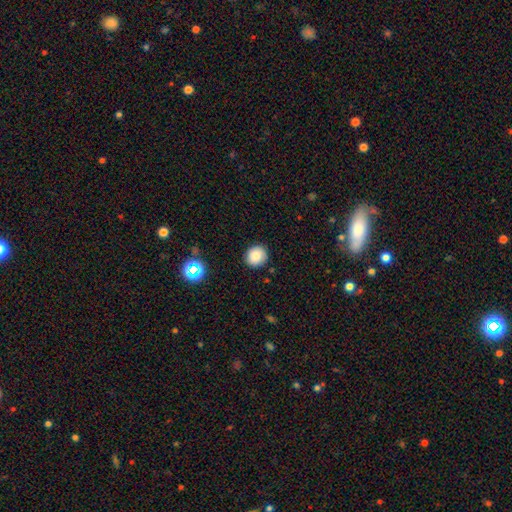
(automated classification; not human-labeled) smooth 84%, star or artifact 11%, featured or disk 5%. Down the decision tree: how rounded — round (85%); merging — none (88%).